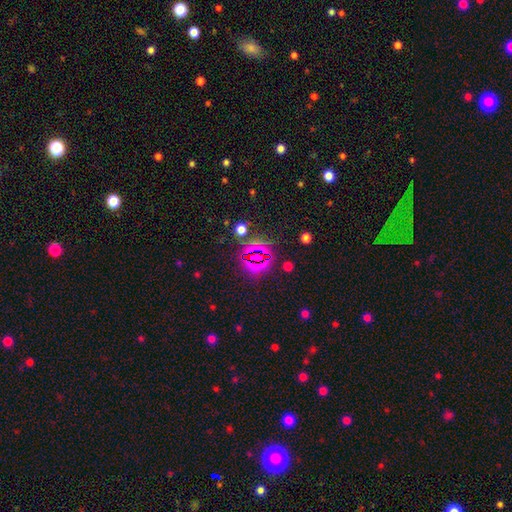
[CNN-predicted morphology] A star or artifact, not a galaxy (71%).

Vote fractions:
- Smooth or featured? star or artifact: 71% / smooth: 20% / featured or disk: 9%